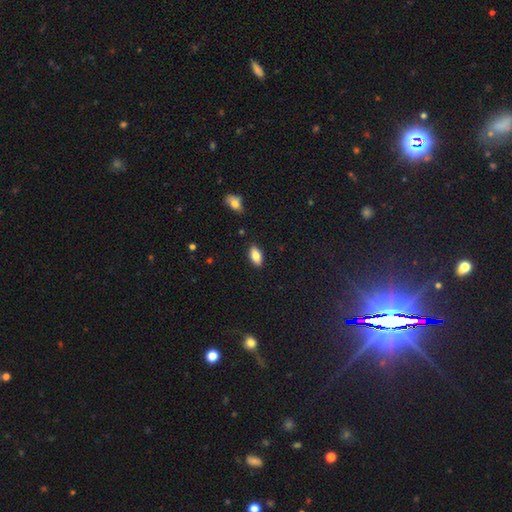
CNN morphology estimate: The model was most divided on "smooth or featured": smooth: 81%, featured or disk: 11%, star or artifact: 8%. More confident: how rounded — in between (90%); merging — none (88%).